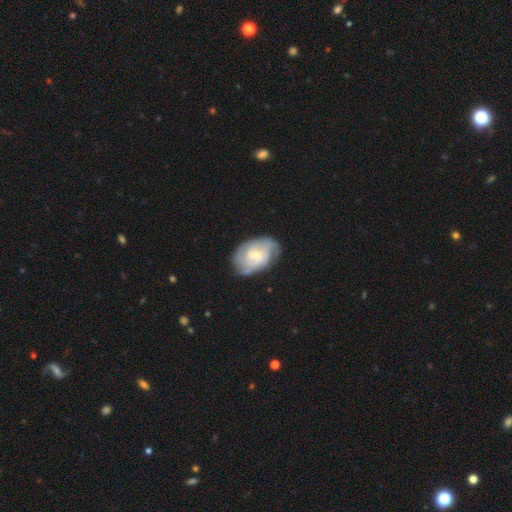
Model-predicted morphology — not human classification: This appears to be a featured or disk galaxy (75%) with no bar (56%), tight (54%) spiral arms (92%) and a small central bulge (62%). Merging: none (70%).